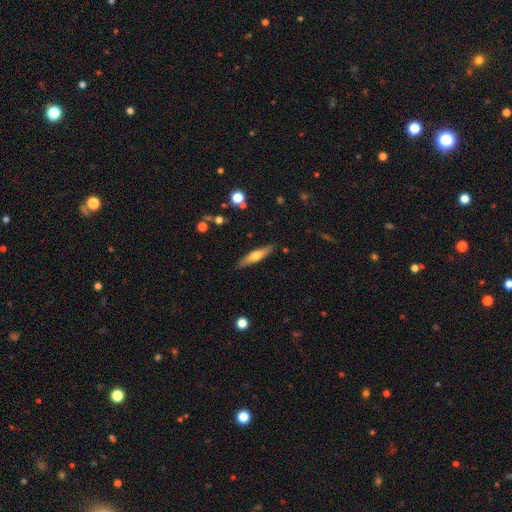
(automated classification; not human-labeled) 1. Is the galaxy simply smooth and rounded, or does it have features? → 49% smooth, 45% featured or disk, 6% star or artifact.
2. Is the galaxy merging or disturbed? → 88% none, 9% minor disturbance, 2% major disturbance, 1% merger.